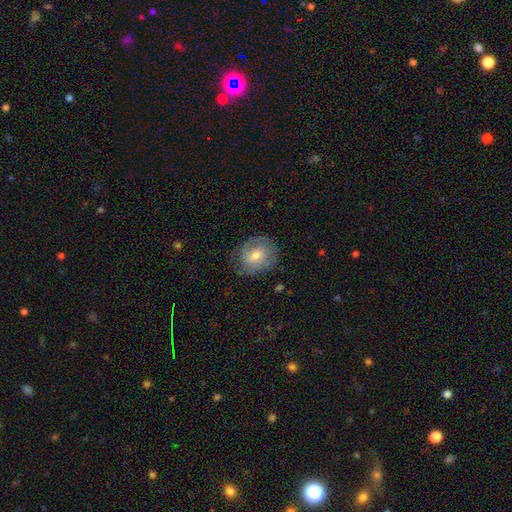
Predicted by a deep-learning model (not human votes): A featured or disk galaxy (56%) with no bar (52%), spiral arms (81%) and a moderate central bulge (52%). Merging: none (71%).